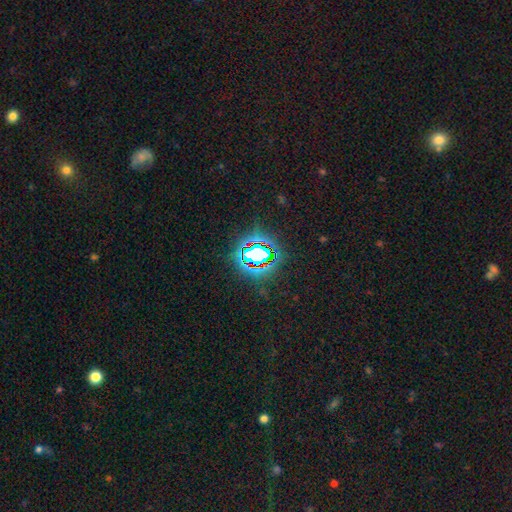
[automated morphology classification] smooth_or_featured: star or artifact (p=0.72) [alt: smooth p=0.16]